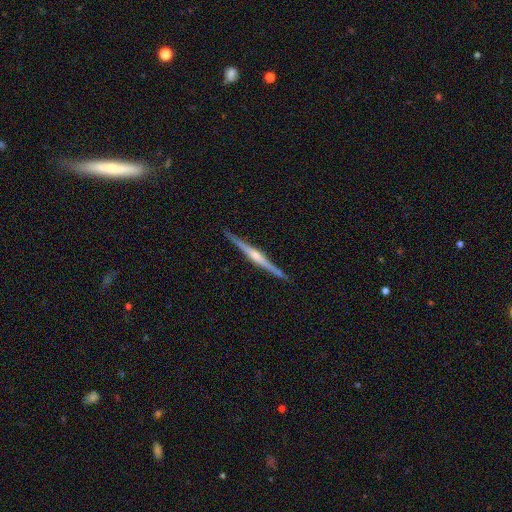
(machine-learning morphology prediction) Smooth or featured? featured or disk (85%)
Edge-on disk? yes (99%)
Edge-on bulge? rounded (83%)
Merging? none (92%)